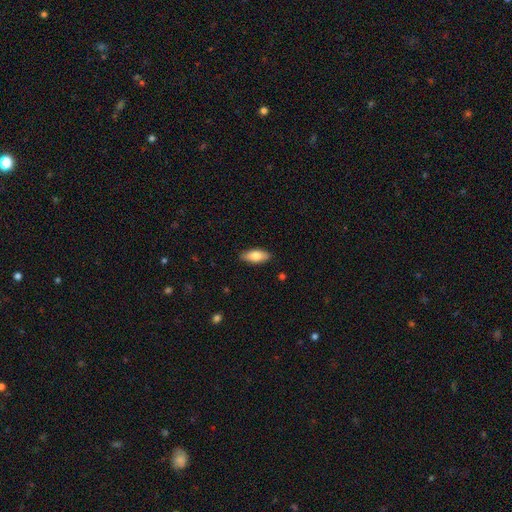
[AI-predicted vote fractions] A smooth galaxy with no disk features (80%) that is in between round and cigar-shaped (84%).

Vote fractions:
- Smooth or featured? smooth: 80% / featured or disk: 14% / star or artifact: 6%
- How rounded? in between: 84% / cigar-shaped: 14% / round: 2%
- Merging? none: 88% / minor disturbance: 9% / major disturbance: 2% / merger: 1%